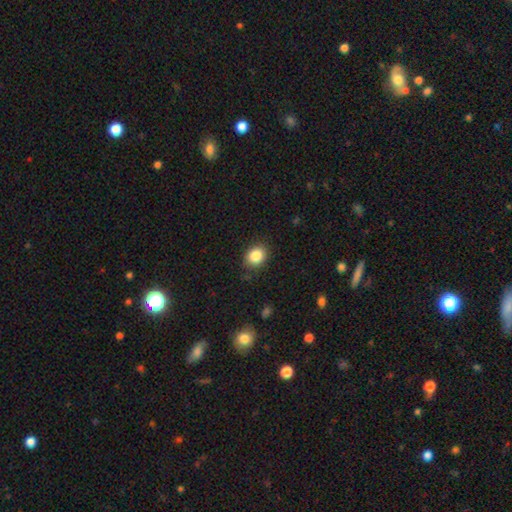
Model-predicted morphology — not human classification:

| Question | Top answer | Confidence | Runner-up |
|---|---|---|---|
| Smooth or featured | smooth | 86% | star or artifact (10%) |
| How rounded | round | 56% | in between (43%) |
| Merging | none | 84% | minor disturbance (12%) |